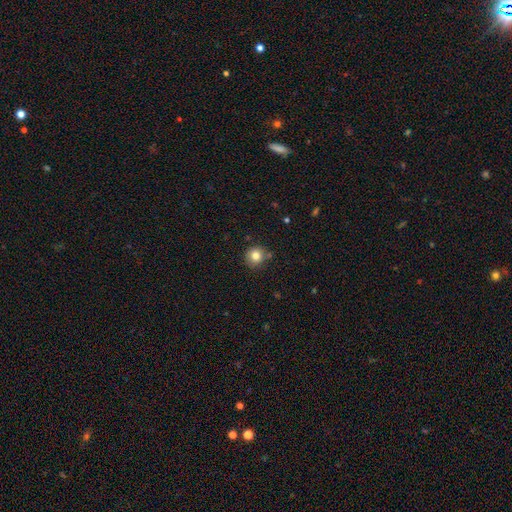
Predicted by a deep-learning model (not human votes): The model was most divided on "merging": none: 79%, minor disturbance: 14%, merger: 5%, major disturbance: 3%. More confident: how rounded — round (92%); smooth or featured — smooth (82%).